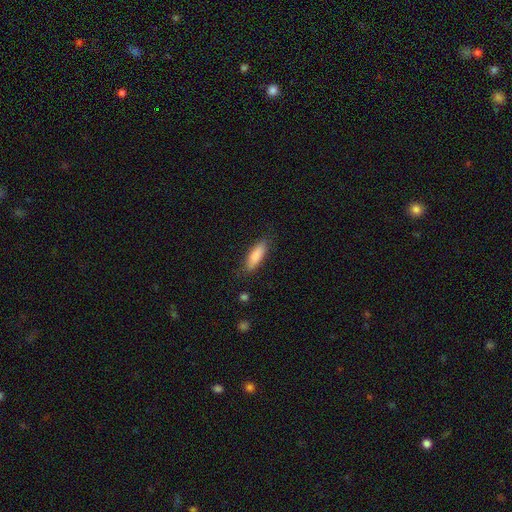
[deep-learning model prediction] Smooth or featured? smooth (86%)
How rounded? in between (52%)
Merging? none (82%)